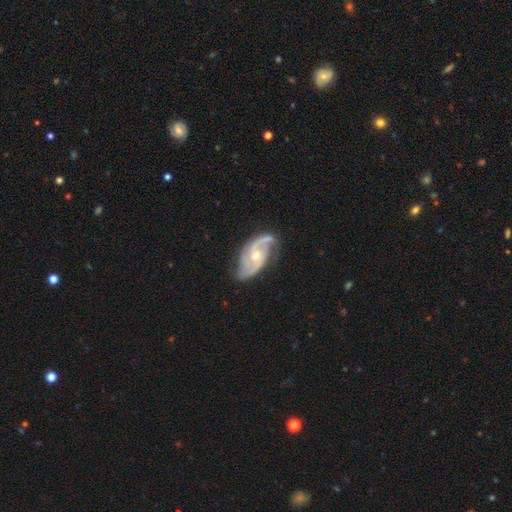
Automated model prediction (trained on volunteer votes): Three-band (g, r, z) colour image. It shows a featured or disk galaxy (90%) with no bar (59%), 2 (76%) medium (53%) spiral arms (97%) and a moderate central bulge (62%). Merging: none (71%).